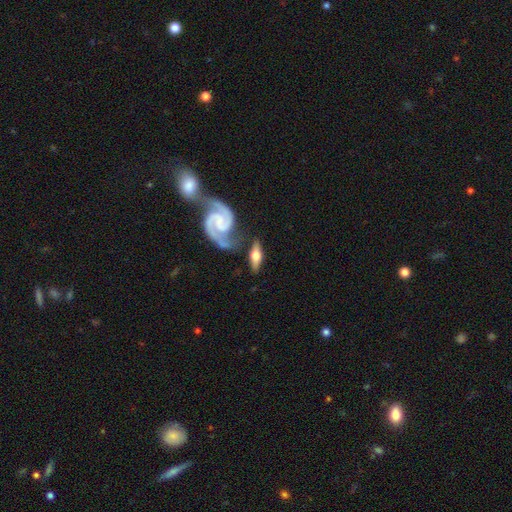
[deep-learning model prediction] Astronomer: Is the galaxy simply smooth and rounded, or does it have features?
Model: featured or disk — 67%.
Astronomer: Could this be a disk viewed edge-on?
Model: yes — 53% (runner-up: no, 47%).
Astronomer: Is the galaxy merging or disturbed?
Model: none — 60%.